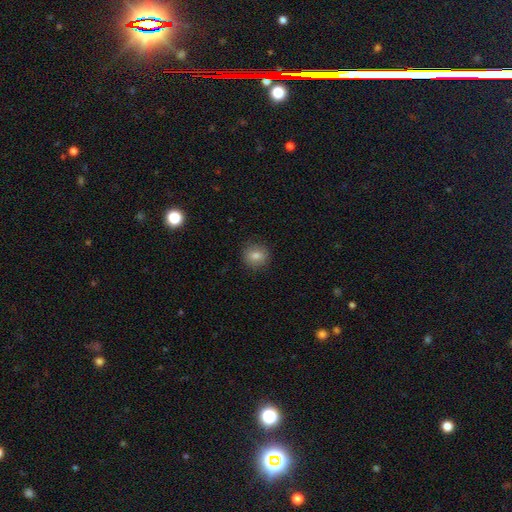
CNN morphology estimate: Smooth or featured?
  - smooth: 80% *
  - star or artifact: 11%
  - featured or disk: 9%
How rounded?
  - round: 81% *
  - in between: 17%
  - cigar-shaped: 1%
Merging?
  - none: 88% *
  - minor disturbance: 8%
  - major disturbance: 2%
  - merger: 1%